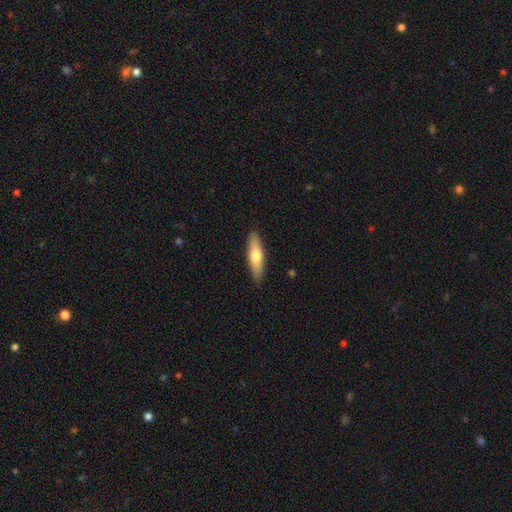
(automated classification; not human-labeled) Smooth or featured? smooth (66%)
How rounded? cigar-shaped (61%)
Merging? none (88%)